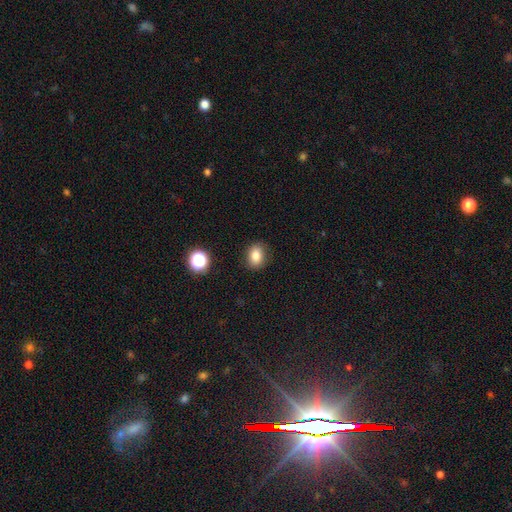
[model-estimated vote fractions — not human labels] Morphology: type=smooth (82%); roundness=in between (53%); merging=none (87%).